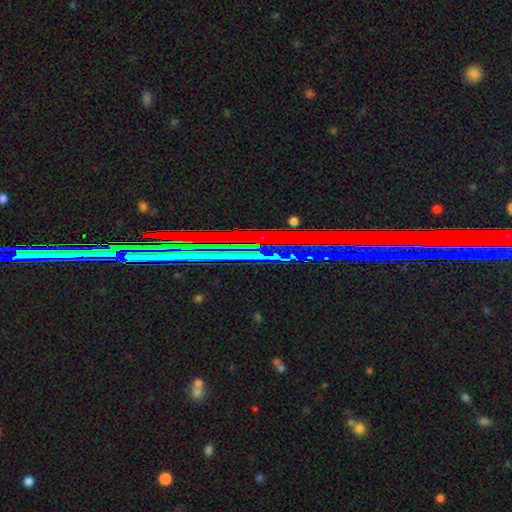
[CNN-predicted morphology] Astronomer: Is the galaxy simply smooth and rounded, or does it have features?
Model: star or artifact — 83%.